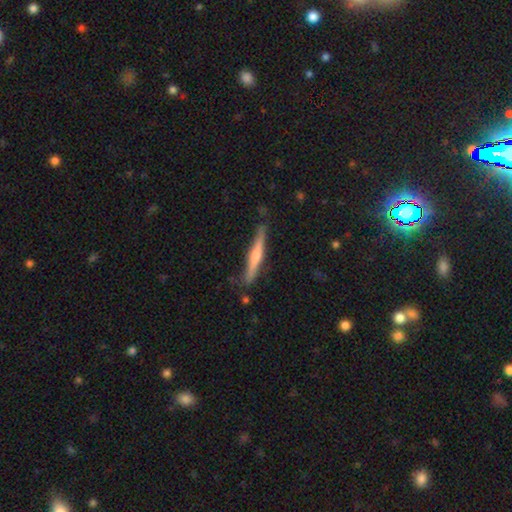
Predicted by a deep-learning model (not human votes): Q: Smooth or featured?
A: featured or disk (63%); runner-up: smooth (31%)
Q: Edge-on disk?
A: yes (97%); runner-up: no (3%)
Q: Edge-on bulge?
A: rounded (79%); runner-up: none (14%)
Q: Merging?
A: none (84%); runner-up: minor disturbance (12%)